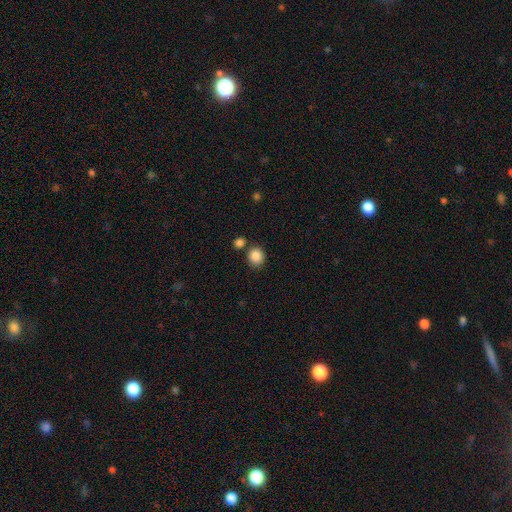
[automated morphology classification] This is clearly a smooth galaxy (87%). How rounded: likely round (75%). Merging: likely none (75%).